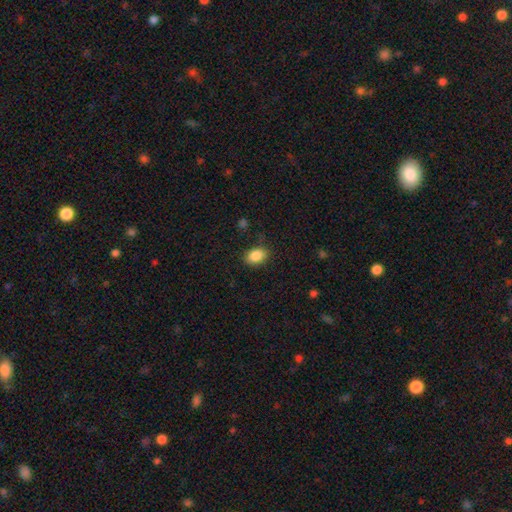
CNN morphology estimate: Smooth or featured: smooth — 88% (star or artifact — 8%)
How rounded: in between — 83% (round — 16%)
Merging: none — 85% (minor disturbance — 11%)